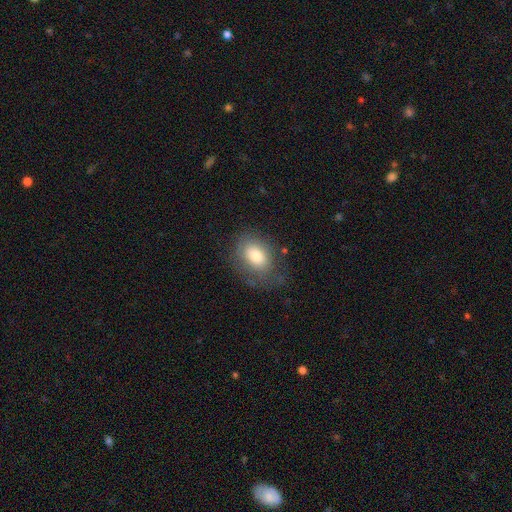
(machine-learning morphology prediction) The model was most divided on "merging": none: 65%, minor disturbance: 23%, major disturbance: 11%, merger: 2%. More confident: how rounded — in between (74%); smooth or featured — smooth (73%).